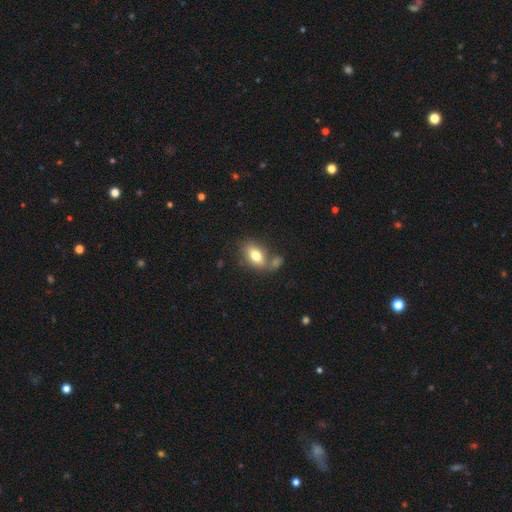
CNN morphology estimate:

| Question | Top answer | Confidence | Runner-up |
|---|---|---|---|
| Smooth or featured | smooth | 75% | featured or disk (17%) |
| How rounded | in between | 85% | round (11%) |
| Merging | none | 52% | merger (26%) |